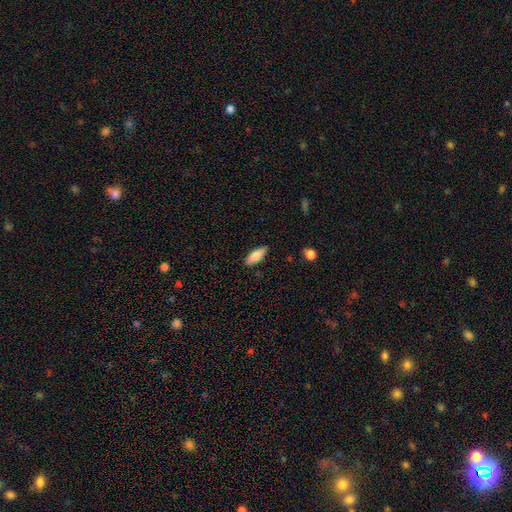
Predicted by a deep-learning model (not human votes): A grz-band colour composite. It shows a smooth galaxy with no disk features (79%) that is in between round and cigar-shaped (69%). Merging: none (87%).